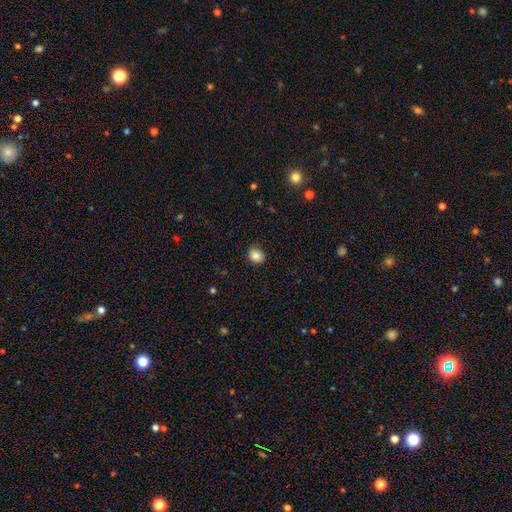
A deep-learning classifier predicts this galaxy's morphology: type=smooth (85%); roundness=round (61%); merging=none (84%).